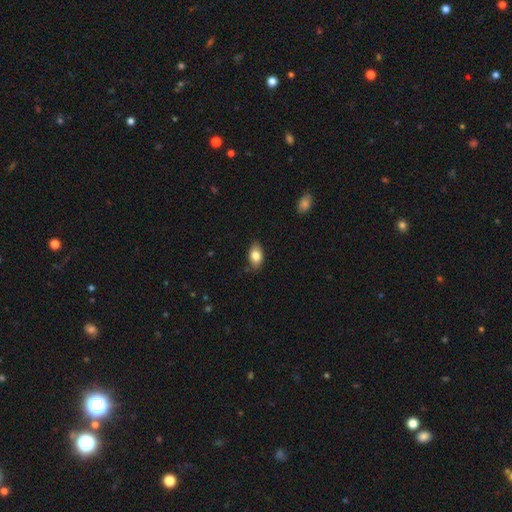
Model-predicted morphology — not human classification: smooth_or_featured: smooth (p=0.81) [alt: featured or disk p=0.11]
how_rounded: in between (p=0.89) [alt: round p=0.08]
merging: none (p=0.83) [alt: minor disturbance p=0.14]